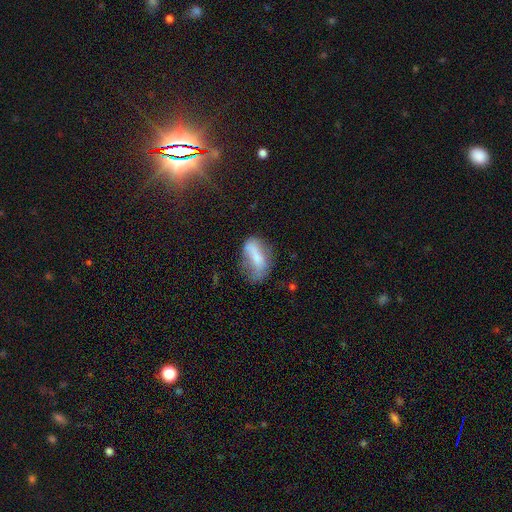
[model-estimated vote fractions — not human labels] A smooth galaxy with no disk features (63%) that is in between round and cigar-shaped (83%). Merging: none (37%).